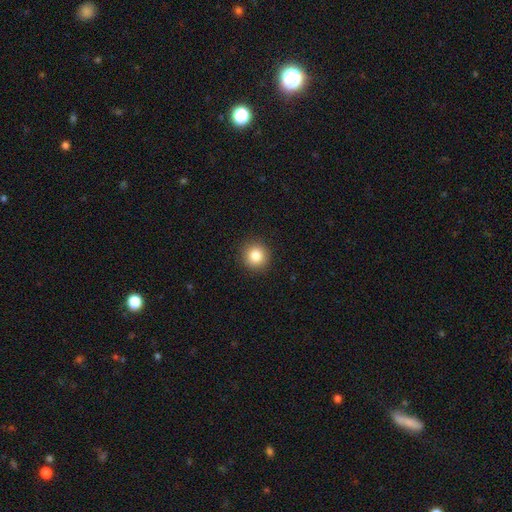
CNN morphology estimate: Smooth or featured: smooth — 84% (star or artifact — 10%)
How rounded: round — 92% (in between — 7%)
Merging: none — 92% (minor disturbance — 6%)